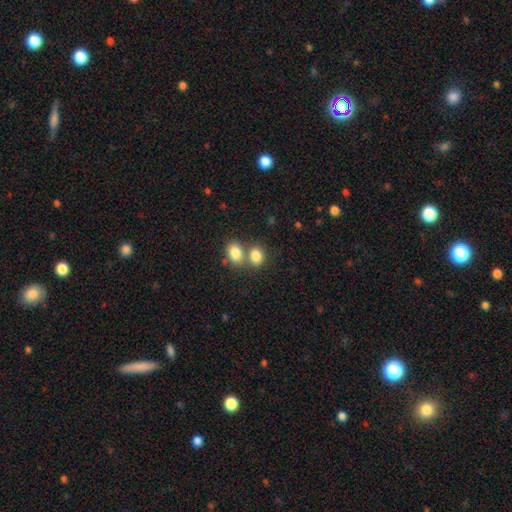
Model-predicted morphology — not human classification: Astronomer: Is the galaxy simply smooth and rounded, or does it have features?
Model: smooth — 83%.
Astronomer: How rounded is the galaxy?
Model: in between — 70%.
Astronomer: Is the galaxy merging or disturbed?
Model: merger — 52% (runner-up: none, 37%).